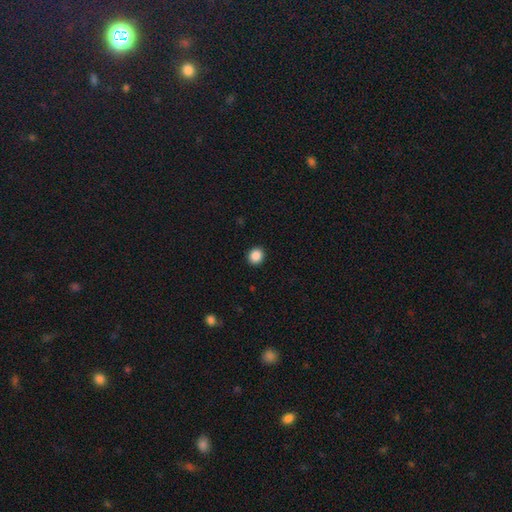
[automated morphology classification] A smooth galaxy with no disk features (89%) that is round (79%). Merging: none (92%).